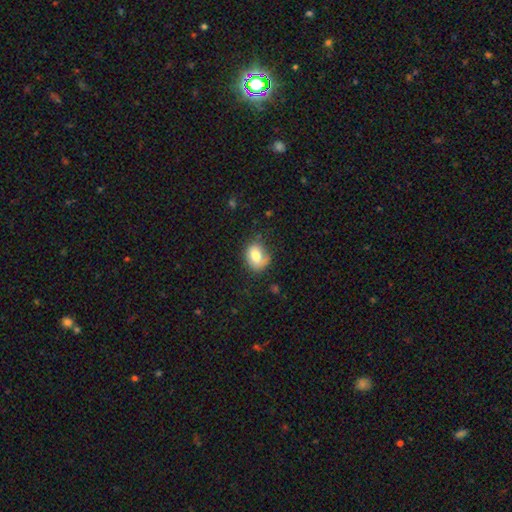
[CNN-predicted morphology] smooth 76%, featured or disk 16%, star or artifact 8%. Down the decision tree: how rounded — in between (58%); merging — none (56%).